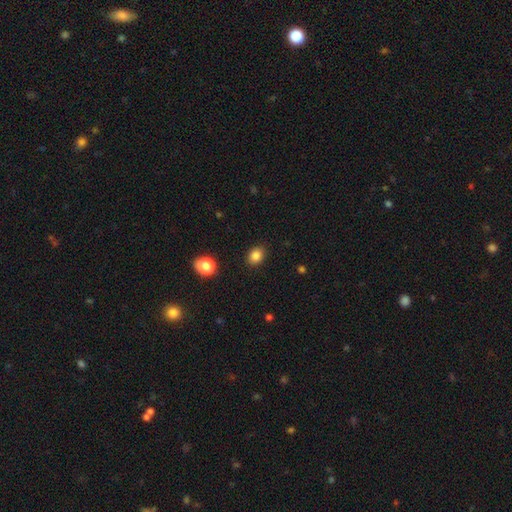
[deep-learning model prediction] This is clearly a smooth galaxy (84%). How rounded: possibly round (50%). Merging: clearly none (88%).